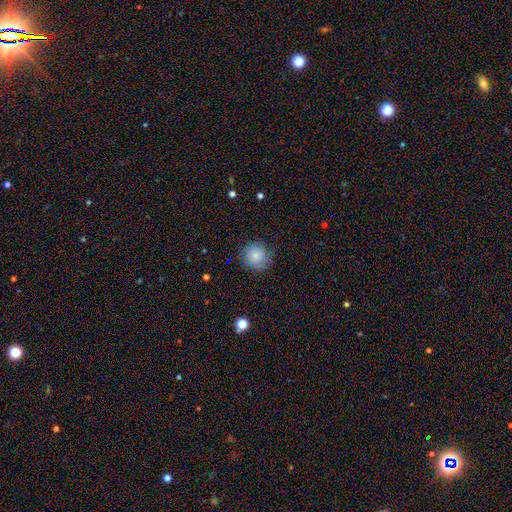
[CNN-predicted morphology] smooth 81%, featured or disk 11%, star or artifact 9%. Down the decision tree: how rounded — round (91%); merging — none (77%).